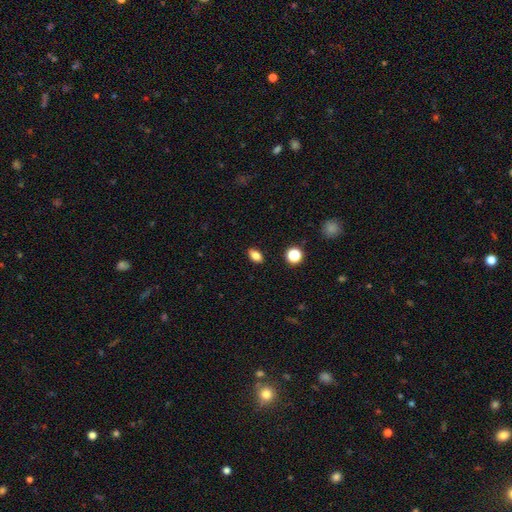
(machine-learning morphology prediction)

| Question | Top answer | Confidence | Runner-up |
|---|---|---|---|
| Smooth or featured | smooth | 81% | star or artifact (11%) |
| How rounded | in between | 84% | round (13%) |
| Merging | none | 88% | minor disturbance (8%) |